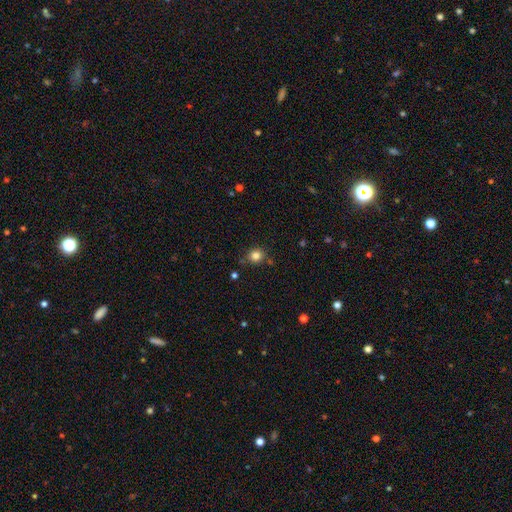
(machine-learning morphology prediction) Q: Smooth or featured?
A: smooth (83%); runner-up: star or artifact (12%)
Q: How rounded?
A: round (84%); runner-up: in between (15%)
Q: Merging?
A: none (80%); runner-up: minor disturbance (12%)